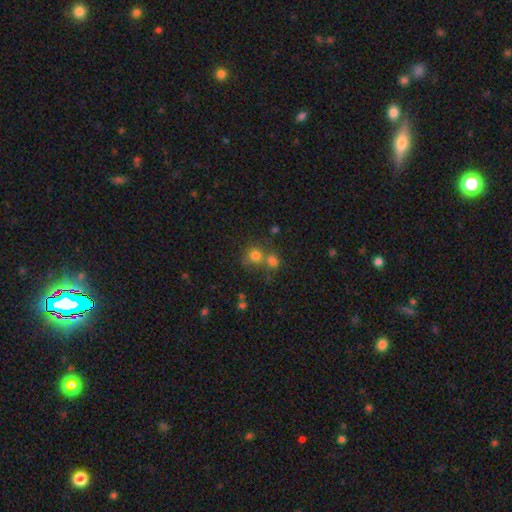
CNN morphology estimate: A smooth galaxy with no disk features (75%) that is round (86%).

Vote fractions:
- Smooth or featured? smooth: 75% / star or artifact: 15% / featured or disk: 10%
- How rounded? round: 86% / in between: 13% / cigar-shaped: 1%
- Merging? none: 48% / merger: 39% / minor disturbance: 9% / major disturbance: 5%